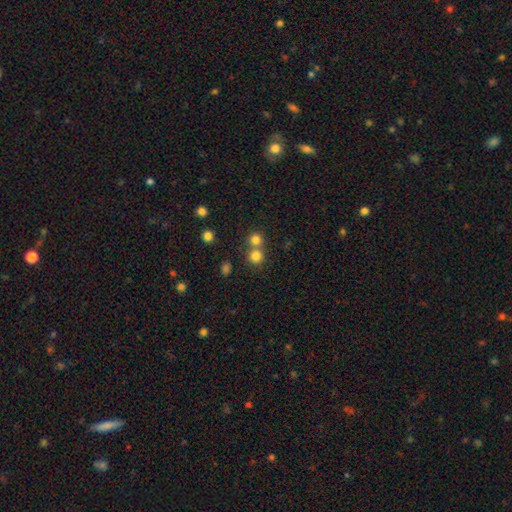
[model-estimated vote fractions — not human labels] A smooth galaxy with no disk features (79%) that is round (91%). Merging: none (58%).